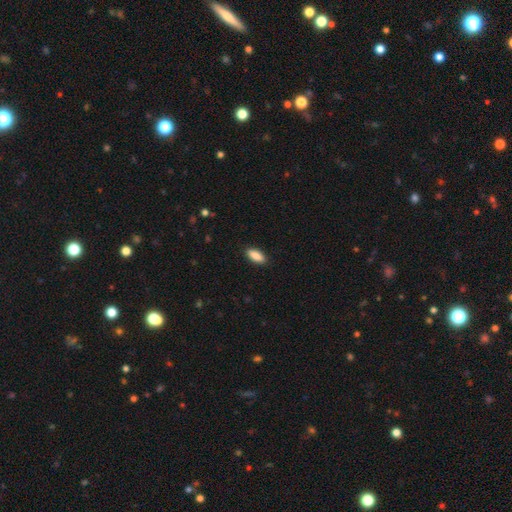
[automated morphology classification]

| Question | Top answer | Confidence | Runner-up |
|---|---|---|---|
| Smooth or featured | smooth | 89% | star or artifact (6%) |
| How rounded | in between | 79% | cigar-shaped (19%) |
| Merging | none | 89% | minor disturbance (8%) |